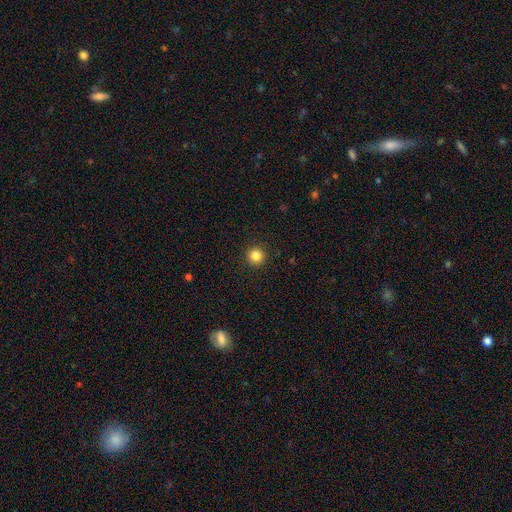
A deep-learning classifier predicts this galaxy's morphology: A smooth galaxy with no disk features (84%) that is round (96%). Merging: none (93%).